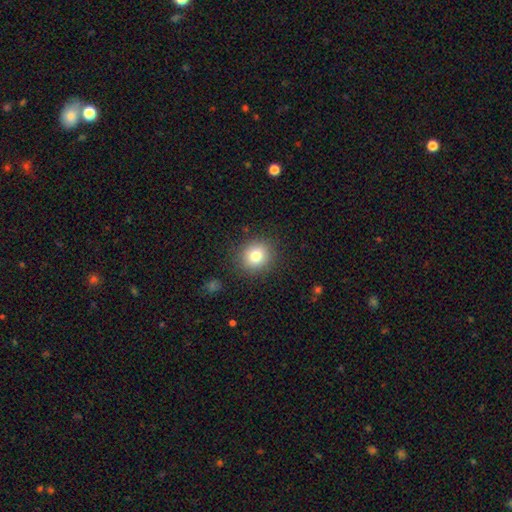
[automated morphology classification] Smooth or featured? Predicted: smooth (p=0.80). How rounded? Predicted: round (p=0.84). Merging? Predicted: none (p=0.87).